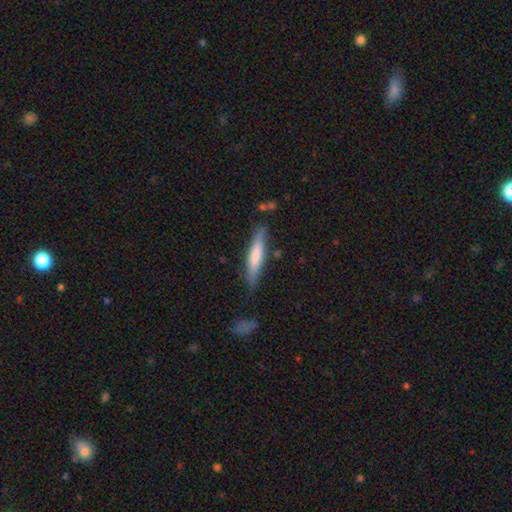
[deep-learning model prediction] A smooth galaxy with no disk features (66%) that is cigar-shaped (87%). Merging: none (78%).